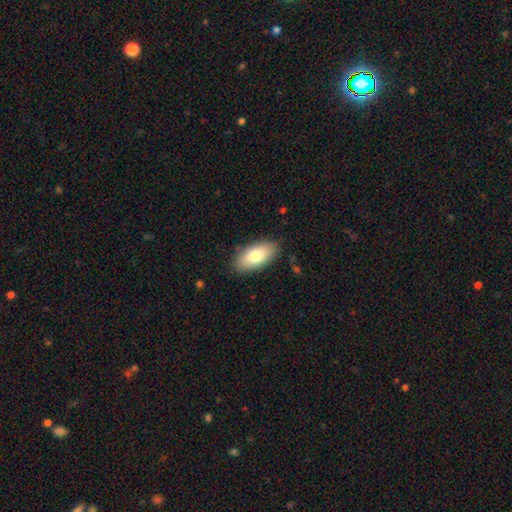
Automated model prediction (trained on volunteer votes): A smooth galaxy with no disk features (76%) that is in between round and cigar-shaped (92%).

Vote fractions:
- Smooth or featured? smooth: 76% / featured or disk: 17% / star or artifact: 7%
- How rounded? in between: 92% / cigar-shaped: 5% / round: 3%
- Merging? none: 86% / minor disturbance: 10% / major disturbance: 2% / merger: 1%